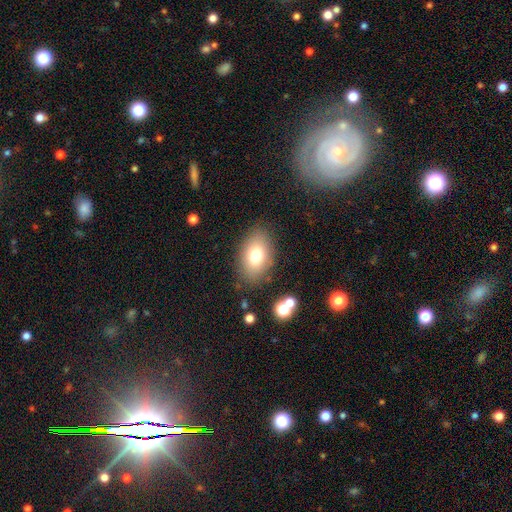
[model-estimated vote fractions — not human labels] This appears to be a smooth galaxy with no disk features (73%) that is in between round and cigar-shaped (85%). Merging: none (82%).